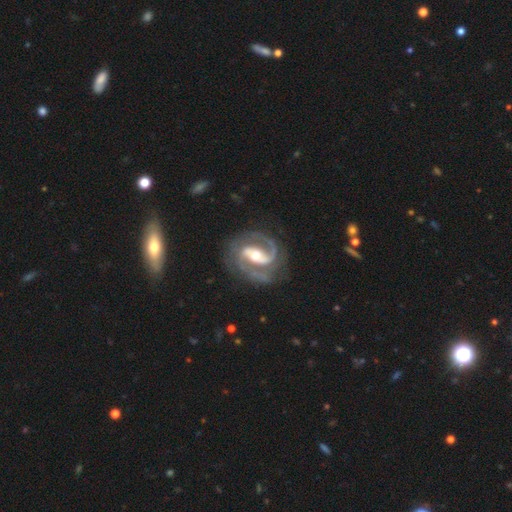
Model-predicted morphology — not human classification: A featured or disk galaxy (92%) with a strong bar (45%), 2 (87%) medium (56%) spiral arms (98%) and a moderate central bulge (69%). Merging: none (76%).